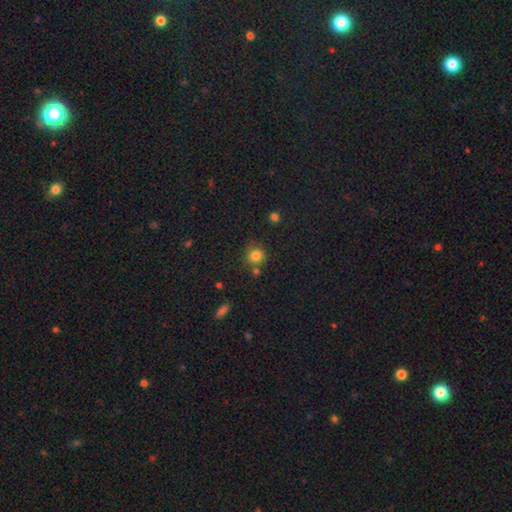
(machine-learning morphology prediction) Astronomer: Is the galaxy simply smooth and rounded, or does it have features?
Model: smooth — 81%.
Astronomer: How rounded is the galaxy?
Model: round — 88%.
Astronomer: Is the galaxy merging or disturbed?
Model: none — 69%.